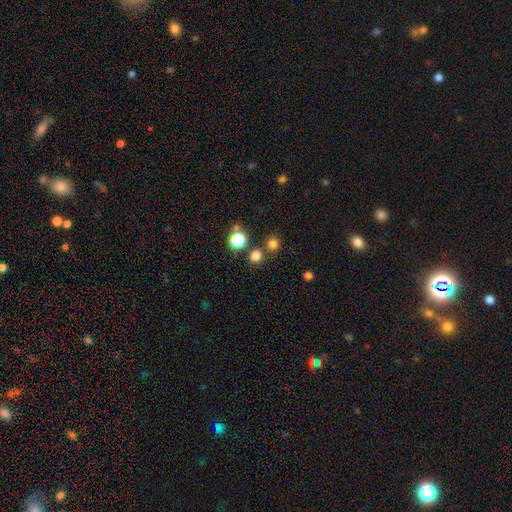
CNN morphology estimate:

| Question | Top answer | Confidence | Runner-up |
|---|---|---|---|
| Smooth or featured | smooth | 75% | star or artifact (20%) |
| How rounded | round | 84% | in between (15%) |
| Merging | none | 74% | merger (15%) |